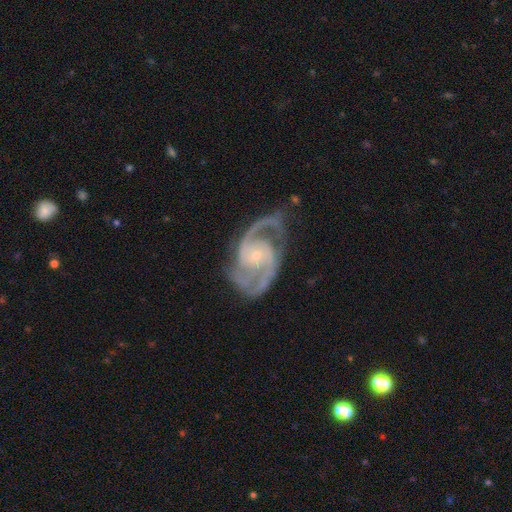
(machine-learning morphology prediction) A featured or disk galaxy (93%) with no bar (62%), 2 (84%) medium (61%) spiral arms (98%) and a small central bulge (77%).

Vote fractions:
- Smooth or featured? featured or disk: 93% / star or artifact: 4% / smooth: 3%
- Edge-on disk? no: 98% / yes: 2%
- Bar? no: 62% / weak: 28% / strong: 10%
- Spiral arms? yes: 98% / no: 2%
- Spiral winding? medium: 61% / tight: 26% / loose: 12%
- Spiral arm count? 2: 84% / 3: 7% / can't tell: 3% / 1: 2% / 4: 2% / more than 4: 2%
- Bulge size? small: 77% / moderate: 19% / none: 2% / large: 1% / dominant: 1%
- Merging? none: 72% / minor disturbance: 17% / major disturbance: 9% / merger: 2%